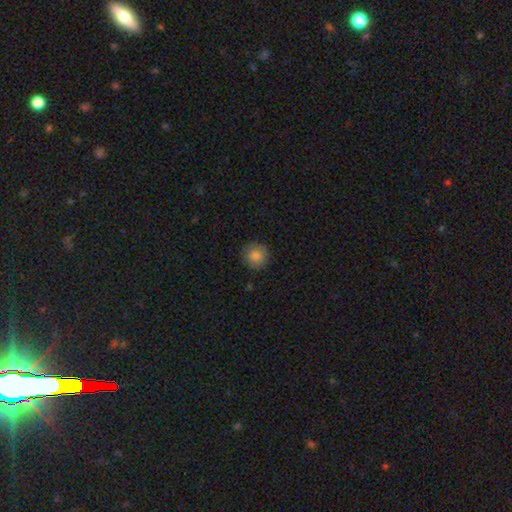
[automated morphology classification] A smooth galaxy with no disk features (84%) that is round (94%).

Vote fractions:
- Smooth or featured? smooth: 84% / star or artifact: 9% / featured or disk: 7%
- How rounded? round: 94% / in between: 5% / cigar-shaped: 1%
- Merging? none: 89% / minor disturbance: 8% / major disturbance: 2% / merger: 1%